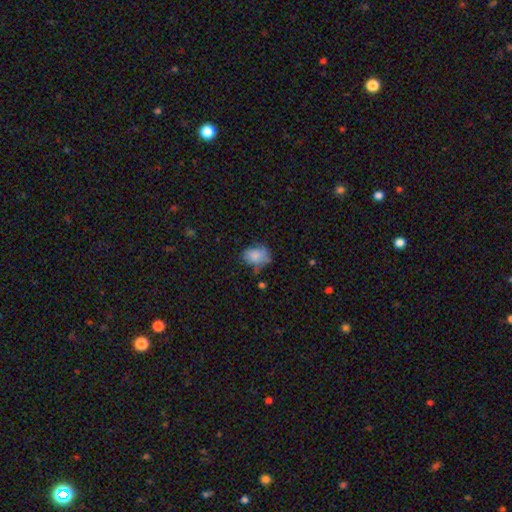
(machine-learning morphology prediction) Smooth or featured? smooth (80%)
How rounded? in between (67%)
Merging? none (52%)